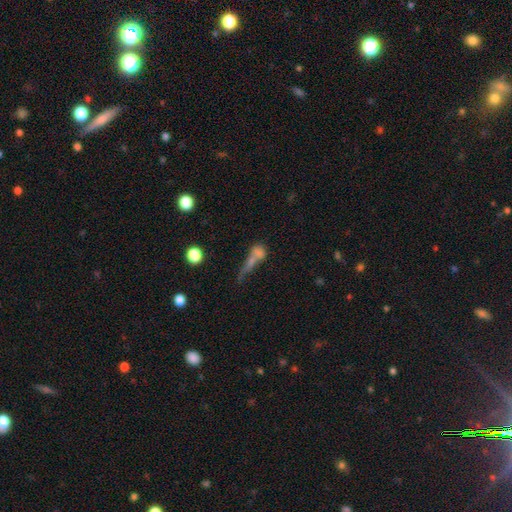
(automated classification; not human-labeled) A smooth galaxy with no disk features (59%) that is in between round and cigar-shaped (38%). Merging: merger (41%).